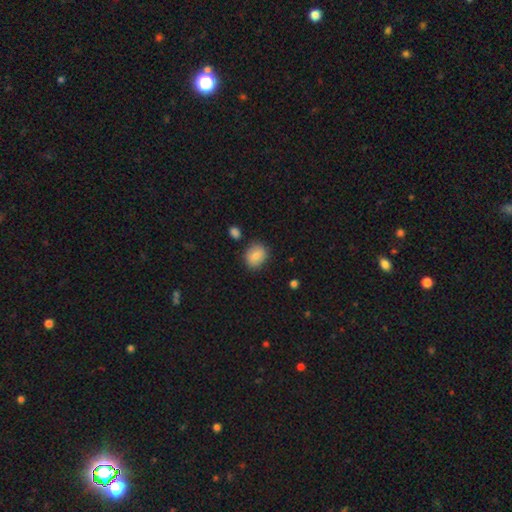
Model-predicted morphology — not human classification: type=smooth (83%); roundness=round (64%); merging=none (81%).